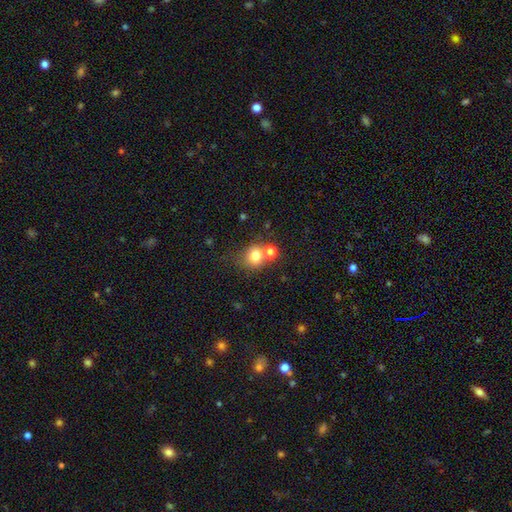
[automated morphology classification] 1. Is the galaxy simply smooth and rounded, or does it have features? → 76% smooth, 12% star or artifact, 12% featured or disk.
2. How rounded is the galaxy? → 77% round, 22% in between, 1% cigar-shaped.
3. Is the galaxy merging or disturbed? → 45% none, 40% merger, 10% minor disturbance, 5% major disturbance.